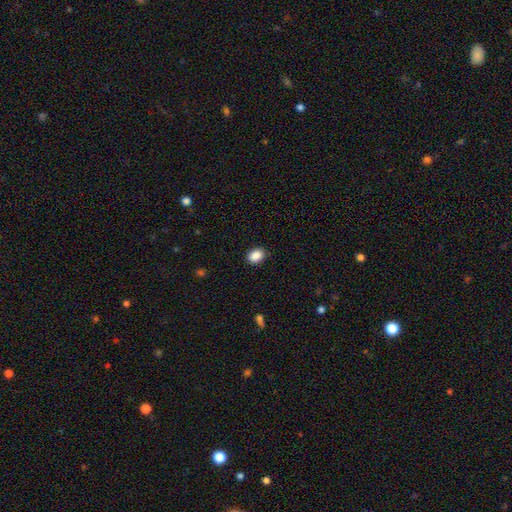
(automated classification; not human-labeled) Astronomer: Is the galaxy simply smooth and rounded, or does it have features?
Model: smooth — 89%.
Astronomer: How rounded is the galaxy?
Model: in between — 69%.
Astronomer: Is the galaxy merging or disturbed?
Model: none — 89%.